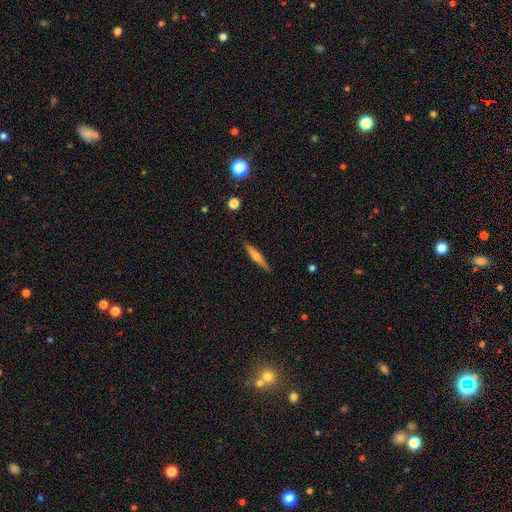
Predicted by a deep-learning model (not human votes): The model was most divided on "smooth or featured": featured or disk: 55%, smooth: 38%, star or artifact: 6%. More confident: edge-on disk — yes (97%); merging — none (90%); edge-on bulge — rounded (74%).